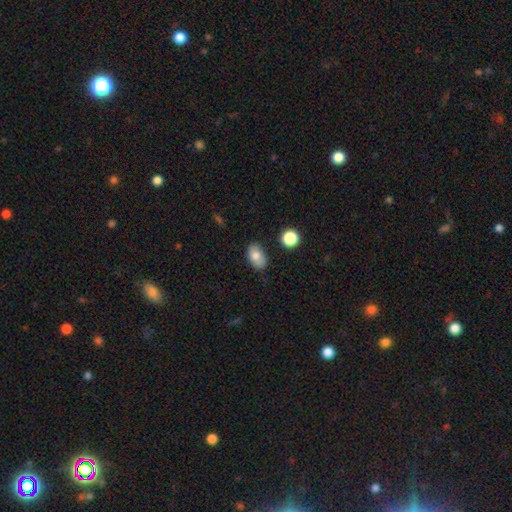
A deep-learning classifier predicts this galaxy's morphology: type=smooth (78%); roundness=in between (88%); merging=none (77%).